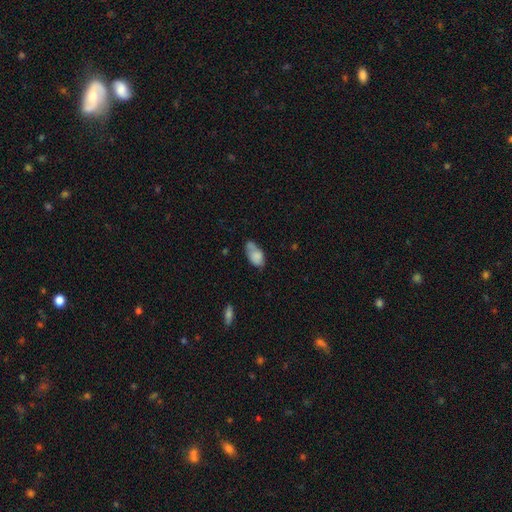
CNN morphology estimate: A smooth galaxy with no disk features (77%) that is in between round and cigar-shaped (92%). Merging: none (44%).